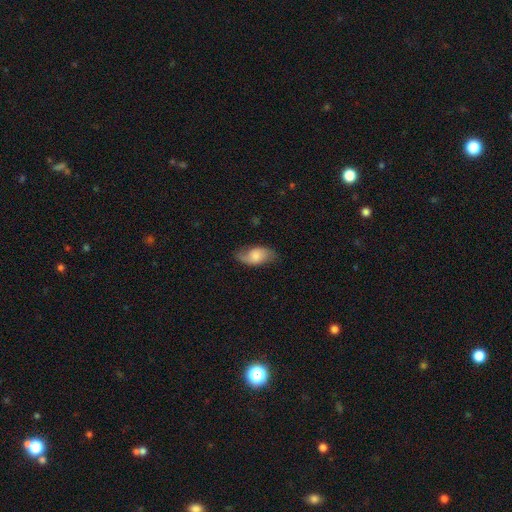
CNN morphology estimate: smooth 56%, featured or disk 37%, star or artifact 7%. Down the decision tree: how rounded — in between (92%); merging — none (69%).